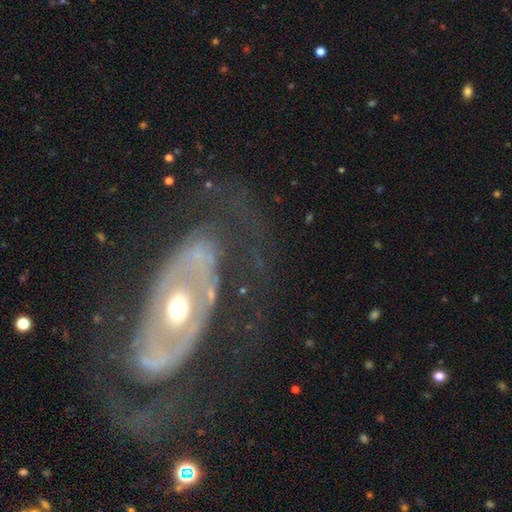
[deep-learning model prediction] This appears to be a featured or disk galaxy (79%) with no bar (74%), spiral arms (51%) and a moderate central bulge (68%). Merging: none (69%).